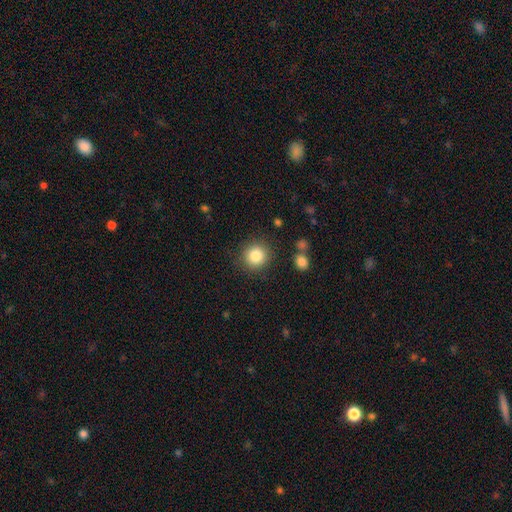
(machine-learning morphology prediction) Q: Smooth or featured?
A: smooth (84%); runner-up: star or artifact (10%)
Q: How rounded?
A: round (92%); runner-up: in between (7%)
Q: Merging?
A: none (87%); runner-up: minor disturbance (7%)